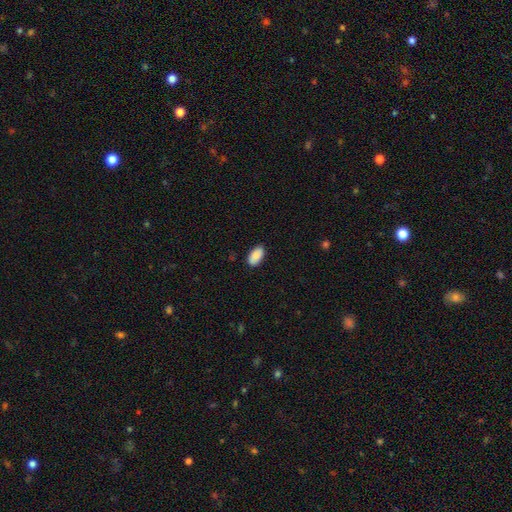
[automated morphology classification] This is clearly a smooth galaxy (88%). How rounded: clearly in between (95%). Merging: clearly none (87%).